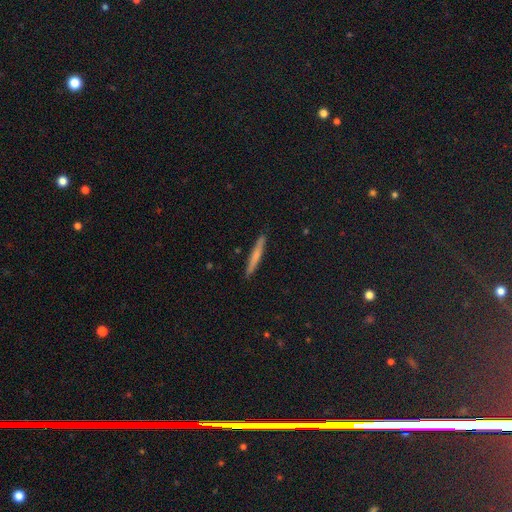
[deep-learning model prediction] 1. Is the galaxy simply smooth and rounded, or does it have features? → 63% smooth, 30% featured or disk, 6% star or artifact.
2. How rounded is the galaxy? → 96% cigar-shaped, 3% in between, 1% round.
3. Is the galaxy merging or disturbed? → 90% none, 8% minor disturbance, 1% major disturbance, 1% merger.